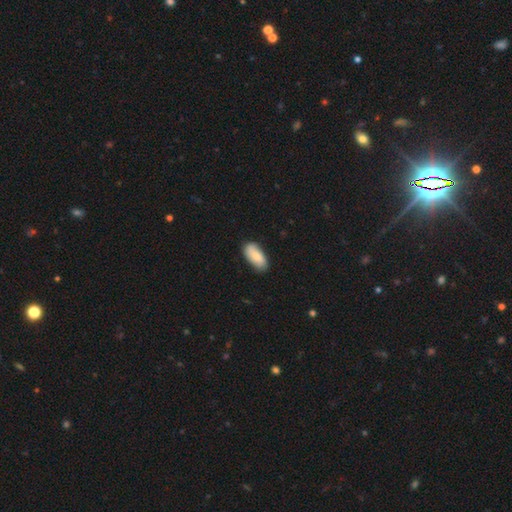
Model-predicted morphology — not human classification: A smooth galaxy with no disk features (80%) that is in between round and cigar-shaped (89%).

Vote fractions:
- Smooth or featured? smooth: 80% / featured or disk: 14% / star or artifact: 6%
- How rounded? in between: 89% / cigar-shaped: 8% / round: 2%
- Merging? none: 80% / minor disturbance: 16% / major disturbance: 3% / merger: 1%